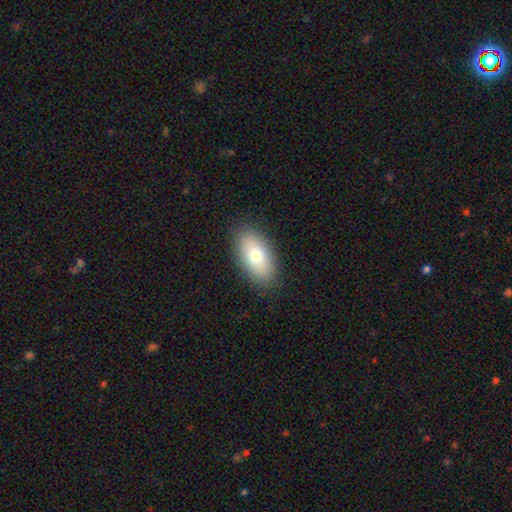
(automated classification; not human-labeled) Smooth or featured?
  - smooth: 74% *
  - featured or disk: 18%
  - star or artifact: 8%
How rounded?
  - in between: 92% *
  - round: 5%
  - cigar-shaped: 3%
Merging?
  - none: 88% *
  - minor disturbance: 9%
  - major disturbance: 2%
  - merger: 1%